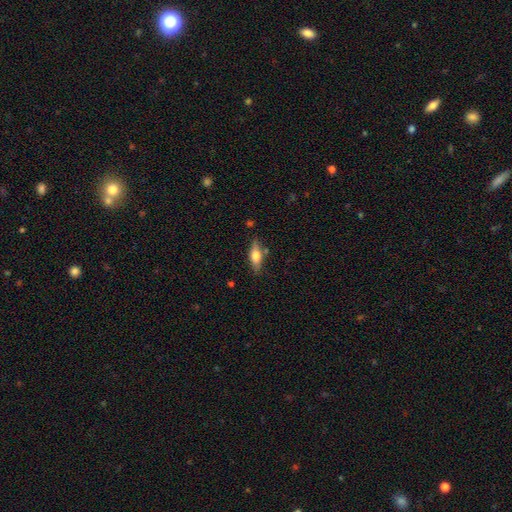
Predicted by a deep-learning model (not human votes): Smooth or featured? smooth (58%)
How rounded? in between (54%)
Merging? none (77%)